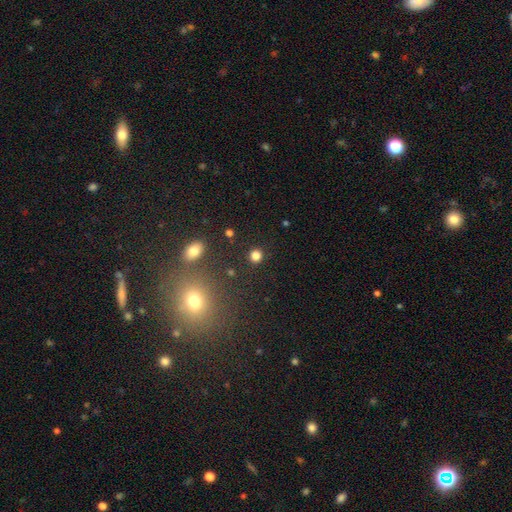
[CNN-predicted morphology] Smooth or featured? smooth (81%)
How rounded? round (90%)
Merging? none (89%)